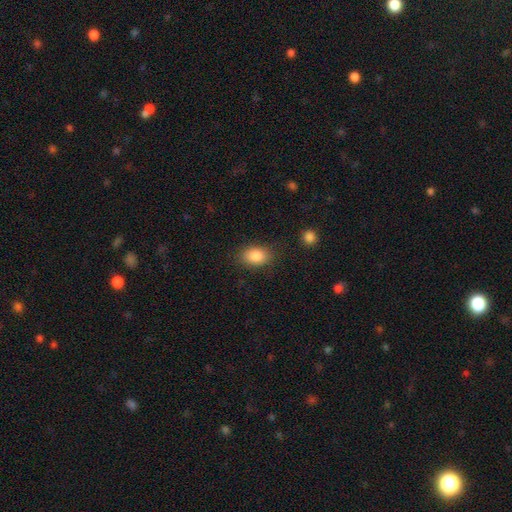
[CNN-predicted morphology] The model was most divided on "how rounded": in between: 79%, round: 20%, cigar-shaped: 1%. More confident: smooth or featured — smooth (86%); merging — none (83%).